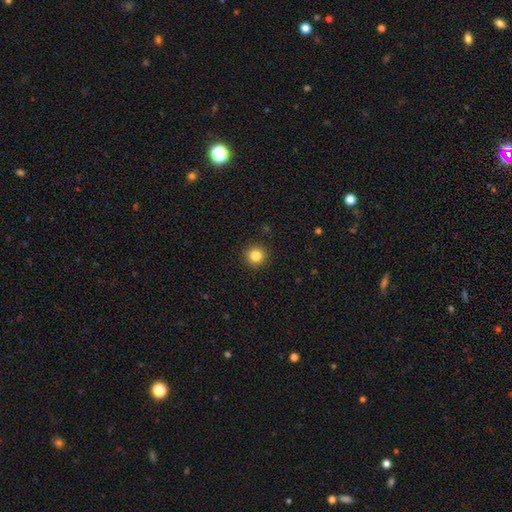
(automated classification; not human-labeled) smooth_or_featured: smooth (p=0.83) [alt: star or artifact p=0.12]
how_rounded: round (p=0.95) [alt: in between p=0.04]
merging: none (p=0.92) [alt: minor disturbance p=0.05]